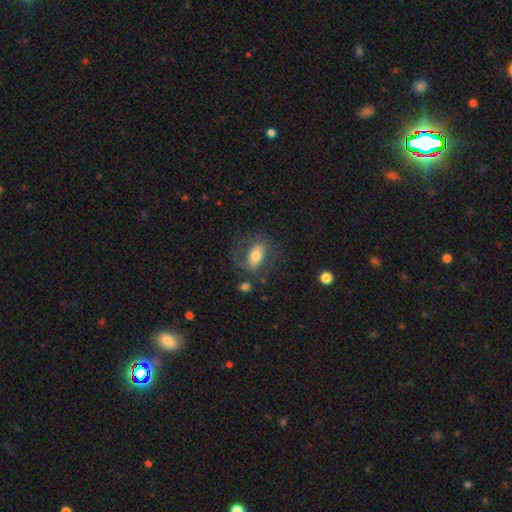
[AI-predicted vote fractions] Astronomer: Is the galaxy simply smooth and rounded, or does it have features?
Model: smooth — 51% (runner-up: featured or disk, 41%).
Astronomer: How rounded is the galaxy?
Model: in between — 85%.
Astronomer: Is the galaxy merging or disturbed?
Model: none — 58%.